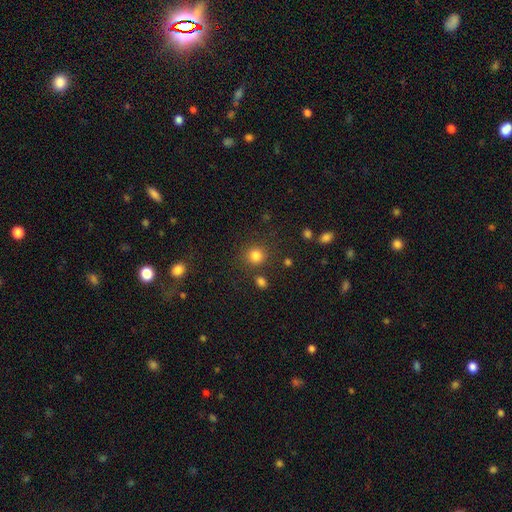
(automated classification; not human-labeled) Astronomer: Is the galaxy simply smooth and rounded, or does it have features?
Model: smooth — 82%.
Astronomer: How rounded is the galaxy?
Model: round — 88%.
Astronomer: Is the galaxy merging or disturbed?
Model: none — 81%.